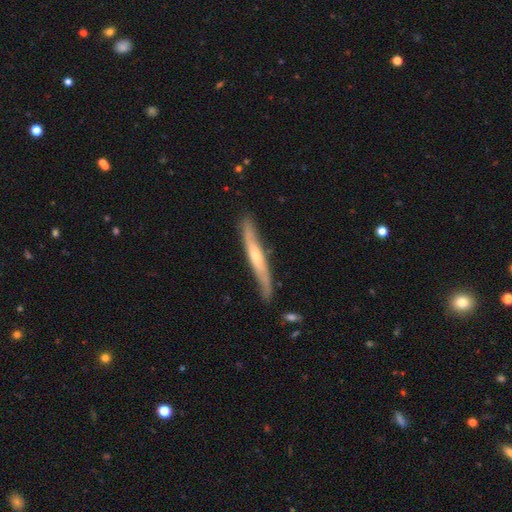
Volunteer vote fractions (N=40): smooth_or_featured: featured or disk (p=0.62) [alt: smooth p=0.33]
disk_edge_on: yes (p=0.88) [alt: no p=0.12]
edge_on_bulge: rounded (p=0.68) [alt: none p=0.32]
merging: none (p=0.79) [alt: minor disturbance p=0.16]